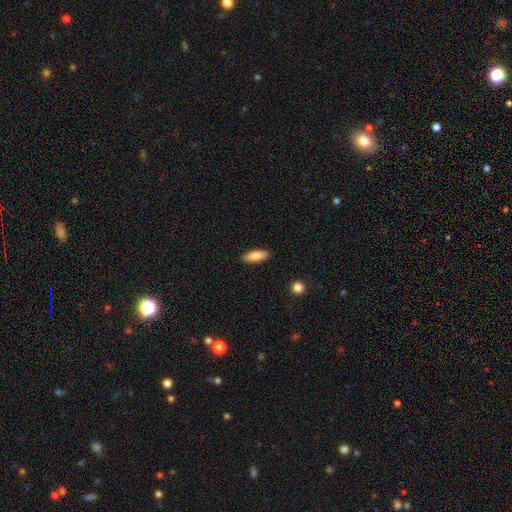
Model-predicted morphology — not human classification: Q: Smooth or featured?
A: smooth (83%); runner-up: featured or disk (11%)
Q: How rounded?
A: in between (66%); runner-up: cigar-shaped (32%)
Q: Merging?
A: none (88%); runner-up: minor disturbance (9%)